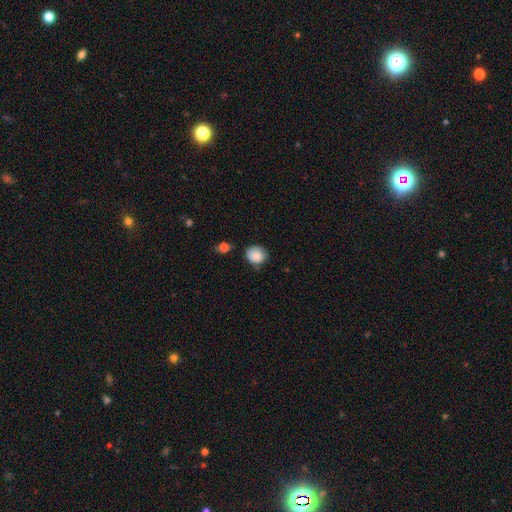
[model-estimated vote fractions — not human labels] Smooth or featured? Predicted: smooth (p=0.86). How rounded? Predicted: round (p=0.77). Merging? Predicted: none (p=0.70).